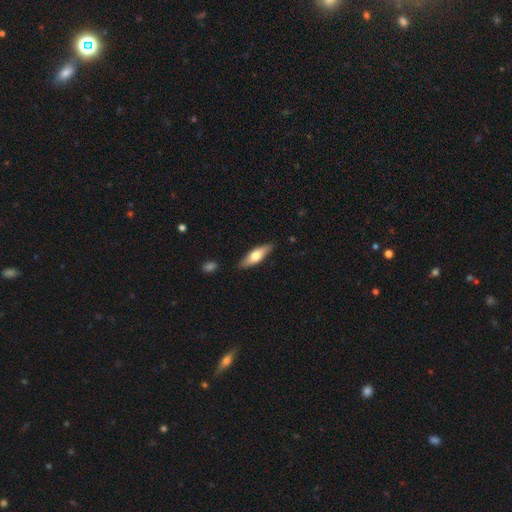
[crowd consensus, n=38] featured or disk 50%, smooth 45%, star or artifact 5%. Down the decision tree: edge-on disk — yes (74%); edge-on bulge — rounded (93%); merging — none (78%).